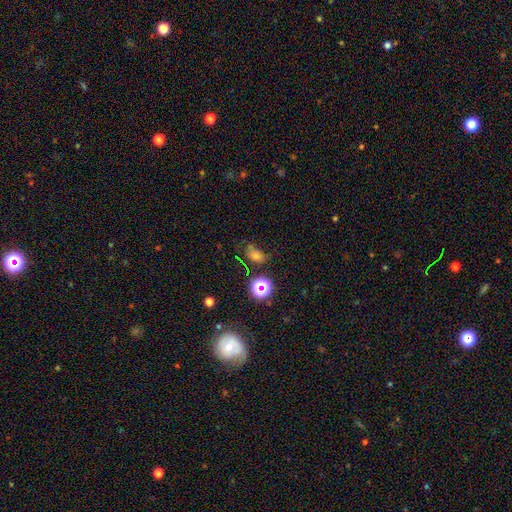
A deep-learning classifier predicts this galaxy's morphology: A star or artifact, not a galaxy (42%).

Vote fractions:
- Smooth or featured? star or artifact: 42% / smooth: 39% / featured or disk: 19%